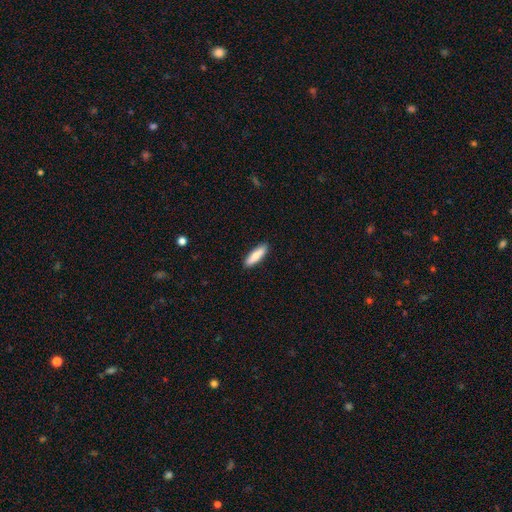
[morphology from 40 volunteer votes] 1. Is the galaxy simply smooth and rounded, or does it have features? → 82% smooth, 15% featured or disk, 2% star or artifact.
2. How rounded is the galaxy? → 55% in between, 45% cigar-shaped, 0% round.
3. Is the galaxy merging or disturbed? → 97% none, 3% minor disturbance, 0% major disturbance, 0% merger.